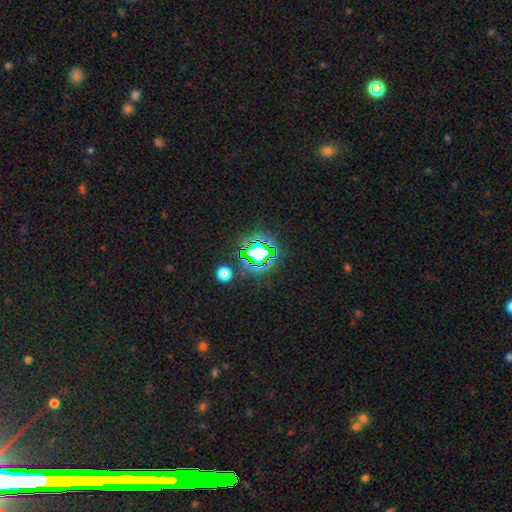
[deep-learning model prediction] Q: Smooth or featured?
A: star or artifact (71%); runner-up: smooth (17%)